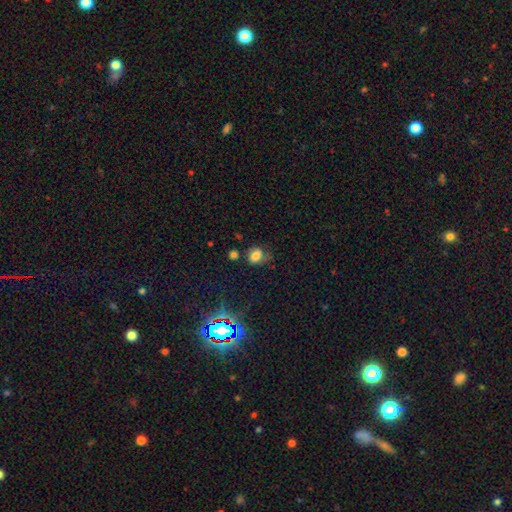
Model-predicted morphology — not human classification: smooth_or_featured: smooth (p=0.67) [alt: featured or disk p=0.19]
how_rounded: round (p=0.55) [alt: in between p=0.44]
merging: none (p=0.48) [alt: minor disturbance p=0.28]